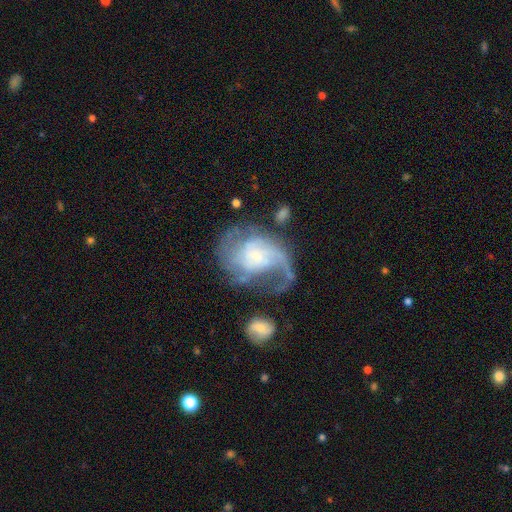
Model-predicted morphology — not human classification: A featured or disk galaxy (80%) with no bar (61%), 2 (36%) medium (41%) spiral arms (90%) and a small central bulge (58%).

Vote fractions:
- Smooth or featured? featured or disk: 80% / smooth: 13% / star or artifact: 7%
- Edge-on disk? no: 98% / yes: 2%
- Bar? no: 61% / weak: 33% / strong: 6%
- Spiral arms? yes: 90% / no: 10%
- Spiral winding? medium: 41% / loose: 38% / tight: 22%
- Spiral arm count? 2: 36% / 1: 31% / can't tell: 18% / 3: 8% / 4: 3% / more than 4: 3%
- Bulge size? small: 58% / moderate: 23% / none: 11% / large: 6% / dominant: 2%
- Merging? none: 36% (tied) / major disturbance: 36% (tied) / minor disturbance: 19% / merger: 9%